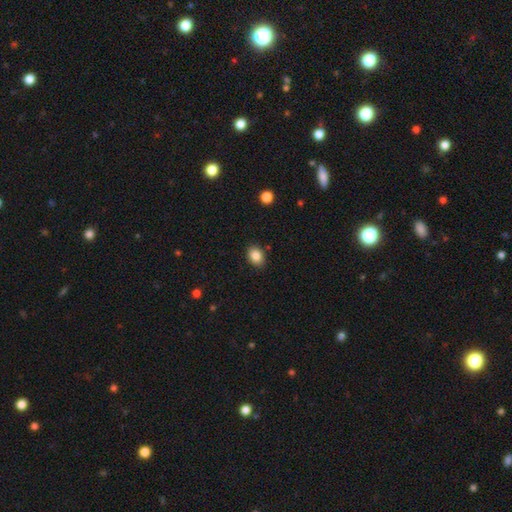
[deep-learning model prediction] This is clearly a smooth galaxy (86%). How rounded: likely in between (65%). Merging: clearly none (87%).